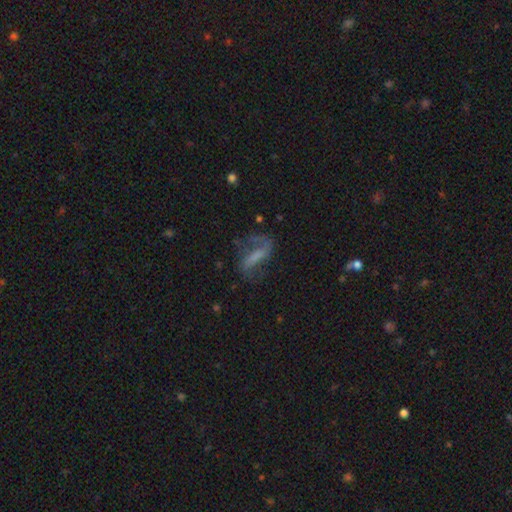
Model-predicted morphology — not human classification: Smooth or featured?
  - featured or disk: 67% *
  - smooth: 22%
  - star or artifact: 11%
Edge-on disk?
  - no: 91% *
  - yes: 9%
Bar?
  - strong: 51% *
  - weak: 30%
  - no: 20%
Spiral arms?
  - yes: 86% *
  - no: 14%
Spiral winding?
  - loose: 57% *
  - medium: 32%
  - tight: 11%
Spiral arm count?
  - 2: 78% *
  - 1: 13%
  - can't tell: 6%
  - 3: 1%
  - 4: 1%
  - more than 4: 1%
Bulge size?
  - none: 54% *
  - small: 21%
  - moderate: 15%
  - large: 8%
  - dominant: 2%
Merging?
  - none: 54% *
  - major disturbance: 24%
  - minor disturbance: 19%
  - merger: 3%